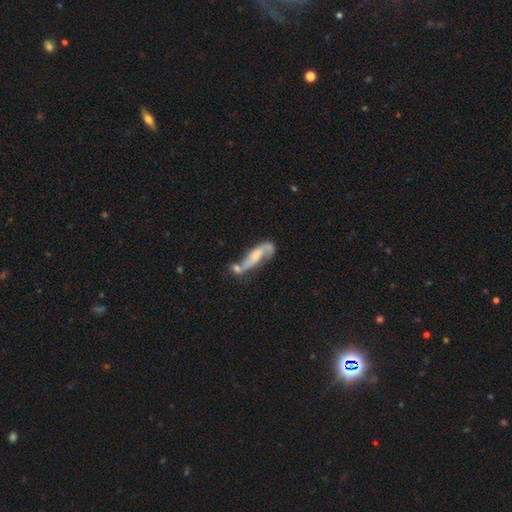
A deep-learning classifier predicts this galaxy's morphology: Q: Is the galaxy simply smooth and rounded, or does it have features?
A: featured or disk — 63%.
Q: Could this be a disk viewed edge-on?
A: no — 77%.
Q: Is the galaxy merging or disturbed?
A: merger — 35%.